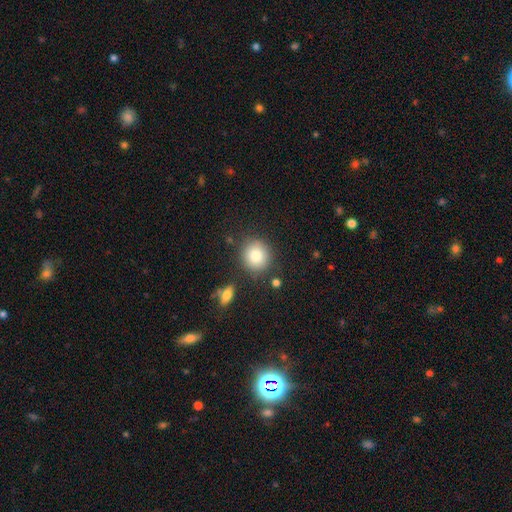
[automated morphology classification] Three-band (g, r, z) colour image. It shows a smooth galaxy with no disk features (82%) that is round (88%). Merging: none (83%).